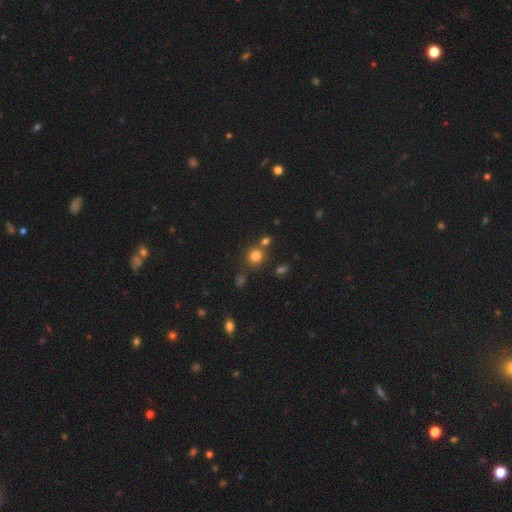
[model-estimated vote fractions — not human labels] Smooth or featured?
  - smooth: 78% *
  - star or artifact: 16%
  - featured or disk: 6%
How rounded?
  - round: 88% *
  - in between: 11%
  - cigar-shaped: 1%
Merging?
  - none: 70% *
  - merger: 16%
  - minor disturbance: 9%
  - major disturbance: 4%